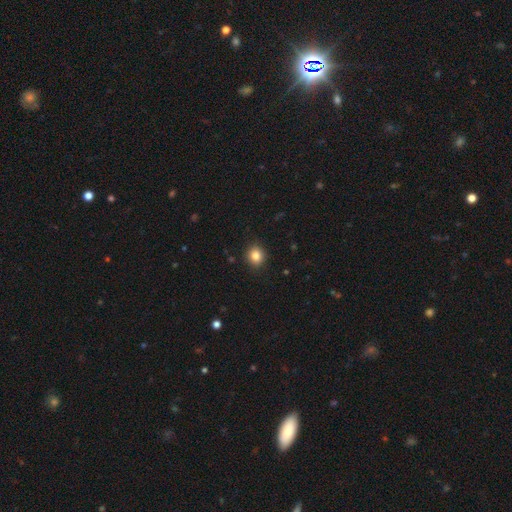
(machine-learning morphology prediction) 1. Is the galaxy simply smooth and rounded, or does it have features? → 84% smooth, 11% star or artifact, 6% featured or disk.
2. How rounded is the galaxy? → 83% round, 17% in between, 1% cigar-shaped.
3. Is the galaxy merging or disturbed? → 91% none, 6% minor disturbance, 2% major disturbance, 1% merger.